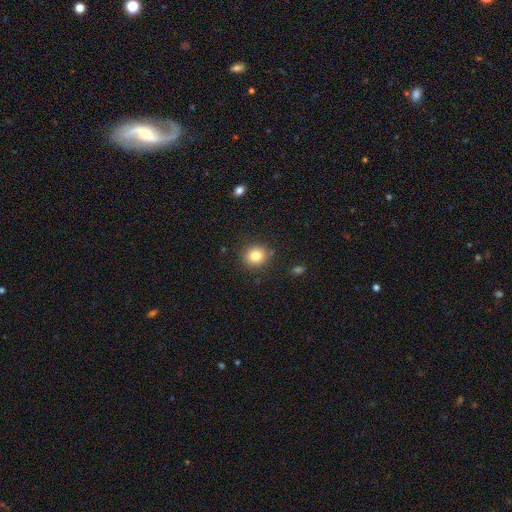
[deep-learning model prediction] A smooth galaxy with no disk features (82%) that is round (87%).

Vote fractions:
- Smooth or featured? smooth: 82% / star or artifact: 11% / featured or disk: 7%
- How rounded? round: 87% / in between: 12% / cigar-shaped: 1%
- Merging? none: 87% / minor disturbance: 8% / major disturbance: 3% / merger: 2%